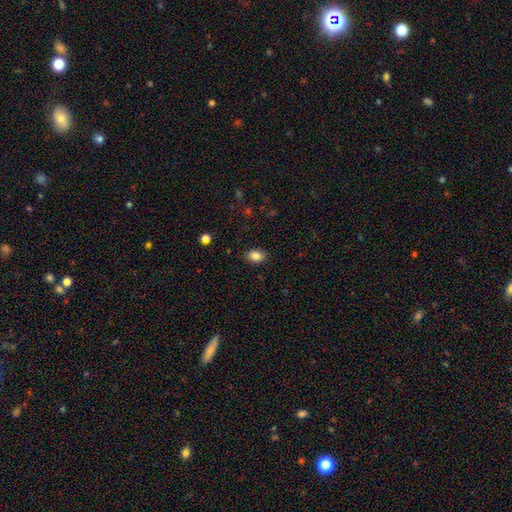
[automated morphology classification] Overall: smooth (86%). How rounded: in between (81%). Merging: none (85%).